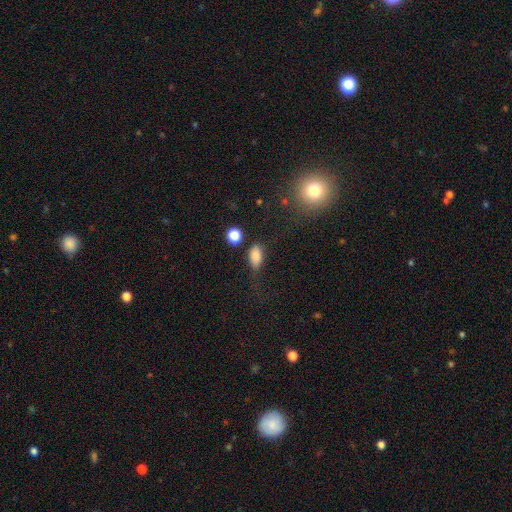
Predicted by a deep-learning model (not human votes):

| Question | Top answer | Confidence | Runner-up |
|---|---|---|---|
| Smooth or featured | smooth | 81% | star or artifact (11%) |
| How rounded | in between | 85% | round (10%) |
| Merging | none | 53% | minor disturbance (29%) |